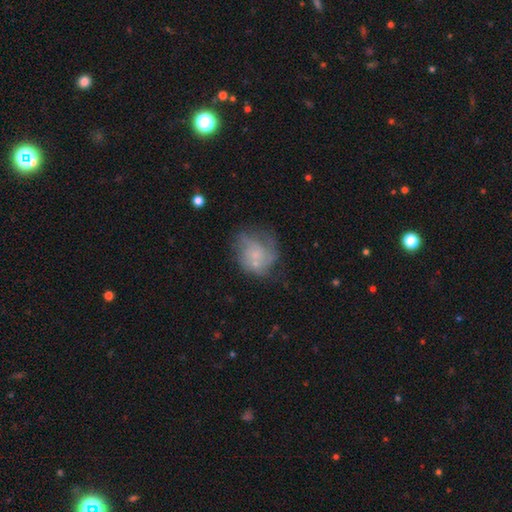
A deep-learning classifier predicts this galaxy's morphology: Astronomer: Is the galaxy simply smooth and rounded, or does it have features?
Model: featured or disk — 49% (runner-up: smooth, 41%).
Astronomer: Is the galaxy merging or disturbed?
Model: none — 43% (runner-up: minor disturbance, 25%).